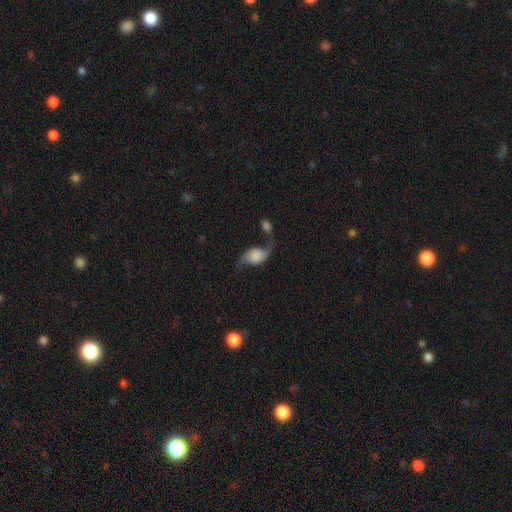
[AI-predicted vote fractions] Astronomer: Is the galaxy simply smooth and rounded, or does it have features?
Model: featured or disk — 59%.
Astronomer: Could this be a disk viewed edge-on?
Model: no — 95%.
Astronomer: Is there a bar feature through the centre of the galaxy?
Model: no — 73%.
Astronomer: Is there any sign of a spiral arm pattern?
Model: yes — 89%.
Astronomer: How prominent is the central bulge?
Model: none — 35% (runner-up: dominant, 22%).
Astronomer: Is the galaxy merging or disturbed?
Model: none — 37% (runner-up: merger, 25%).